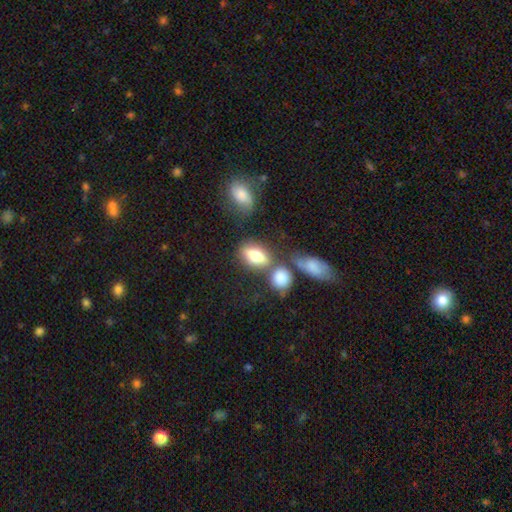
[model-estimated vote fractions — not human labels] A smooth galaxy with no disk features (72%) that is in between round and cigar-shaped (80%).

Vote fractions:
- Smooth or featured? smooth: 72% / featured or disk: 19% / star or artifact: 9%
- How rounded? in between: 80% / round: 13% / cigar-shaped: 7%
- Merging? none: 57% / merger: 21% / minor disturbance: 15% / major disturbance: 7%